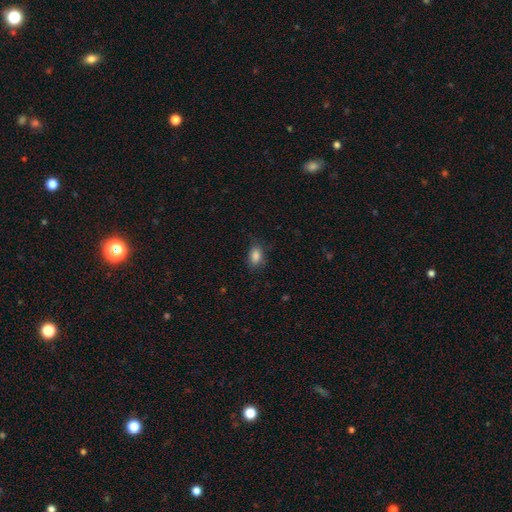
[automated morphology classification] smooth-or-featured: smooth: 86% | star or artifact: 9% | featured or disk: 5%
  how-rounded: in between: 86% | round: 11% | cigar-shaped: 3%
  merging: none: 76% | minor disturbance: 18% | major disturbance: 5% | merger: 1%